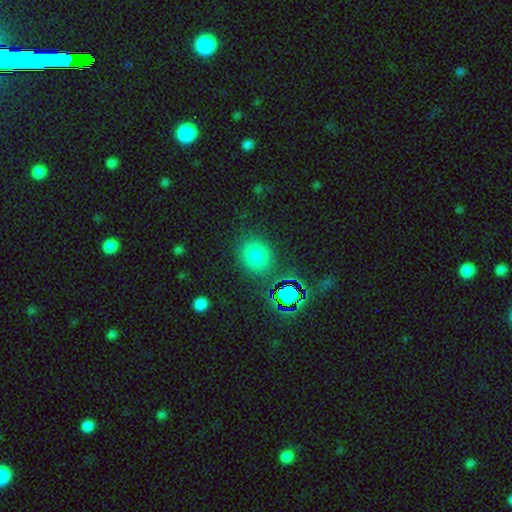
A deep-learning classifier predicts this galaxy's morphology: Smooth or featured: smooth — 72% (star or artifact — 22%)
How rounded: round — 66% (in between — 32%)
Merging: none — 83% (minor disturbance — 10%)